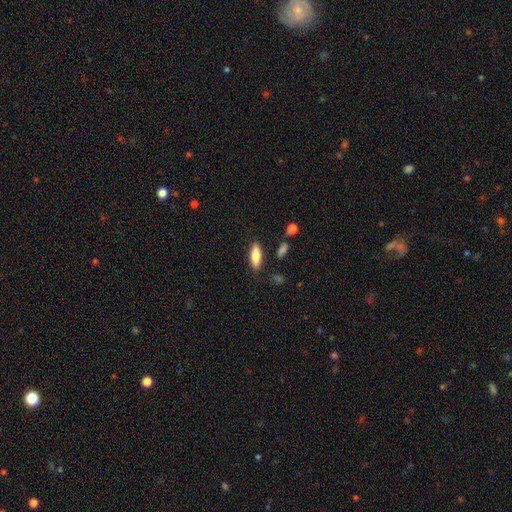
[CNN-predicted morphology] Q: Smooth or featured?
A: smooth (78%); runner-up: featured or disk (15%)
Q: How rounded?
A: in between (66%); runner-up: cigar-shaped (32%)
Q: Merging?
A: none (83%); runner-up: minor disturbance (11%)